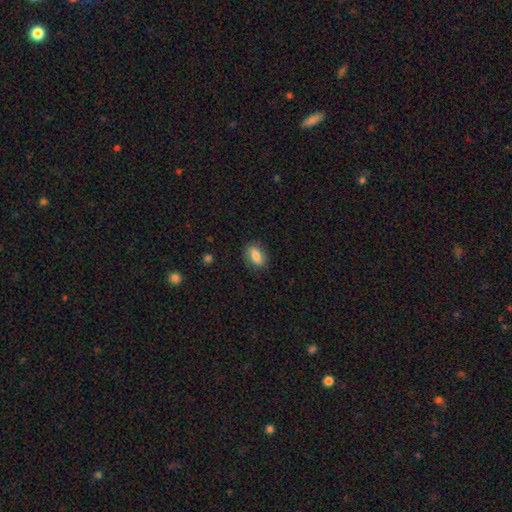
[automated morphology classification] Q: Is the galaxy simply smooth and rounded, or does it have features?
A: smooth — 80%.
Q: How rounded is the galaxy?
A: in between — 82%.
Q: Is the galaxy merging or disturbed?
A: none — 81%.